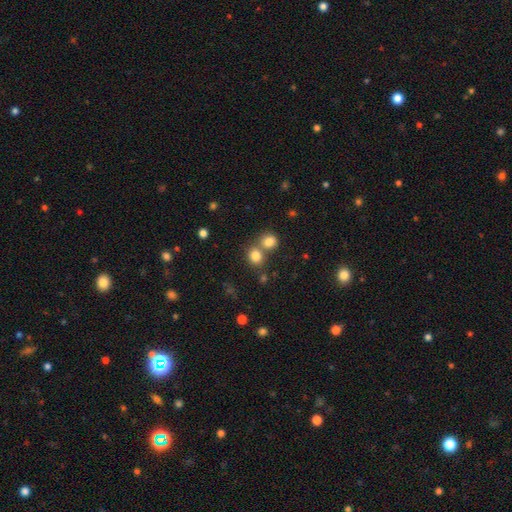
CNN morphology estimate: smooth 81%, star or artifact 12%, featured or disk 7%. Down the decision tree: how rounded — round (75%); merging — none (53%).